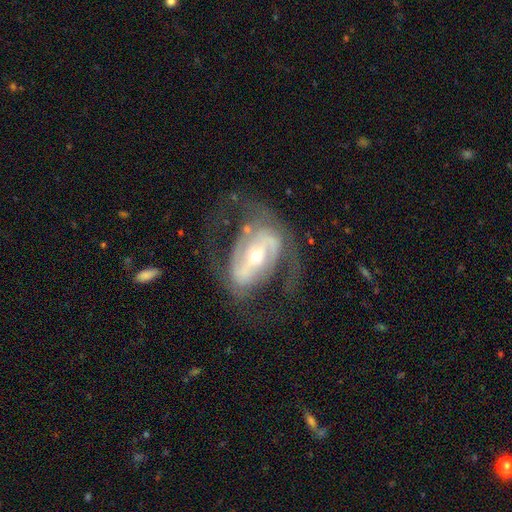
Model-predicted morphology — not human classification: A featured or disk galaxy (85%) with a strong bar (49%), 2 (77%) medium (47%) spiral arms (87%) and a small central bulge (52%). Merging: none (58%).